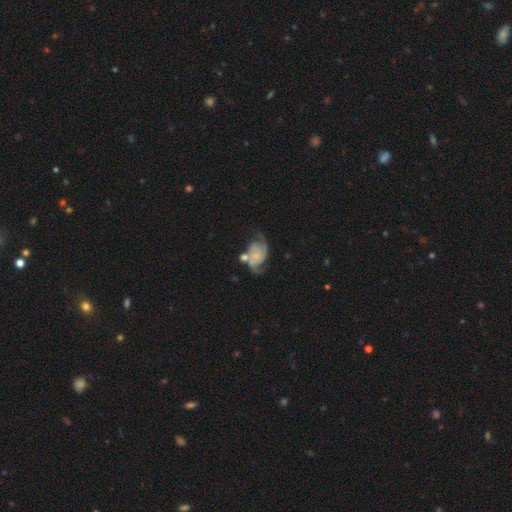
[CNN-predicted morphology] Smooth or featured?
  - featured or disk: 80% *
  - smooth: 14%
  - star or artifact: 7%
Edge-on disk?
  - no: 98% *
  - yes: 2%
Bar?
  - no: 68% *
  - weak: 26%
  - strong: 6%
Spiral arms?
  - yes: 95% *
  - no: 5%
Spiral winding?
  - medium: 45% *
  - loose: 32%
  - tight: 24%
Spiral arm count?
  - 2: 80% *
  - can't tell: 7%
  - 3: 7%
  - 1: 3%
  - 4: 2%
  - more than 4: 2%
Bulge size?
  - small: 46% *
  - none: 37%
  - moderate: 13%
  - large: 3%
  - dominant: 2%
Merging?
  - none: 43% *
  - minor disturbance: 22%
  - merger: 18%
  - major disturbance: 17%